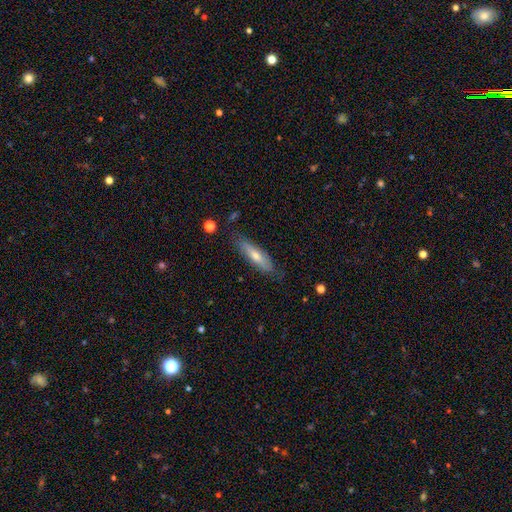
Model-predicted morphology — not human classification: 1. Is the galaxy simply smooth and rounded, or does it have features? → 51% smooth, 42% featured or disk, 7% star or artifact.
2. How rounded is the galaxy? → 71% cigar-shaped, 27% in between, 2% round.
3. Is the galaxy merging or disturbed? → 78% none, 17% minor disturbance, 3% major disturbance, 2% merger.